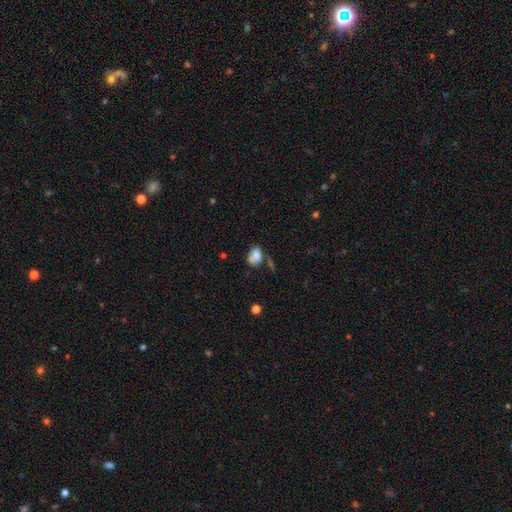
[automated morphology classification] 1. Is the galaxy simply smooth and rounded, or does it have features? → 79% smooth, 11% featured or disk, 9% star or artifact.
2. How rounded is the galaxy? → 75% in between, 23% round, 1% cigar-shaped.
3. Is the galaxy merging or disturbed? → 47% none, 27% minor disturbance, 17% merger, 10% major disturbance.